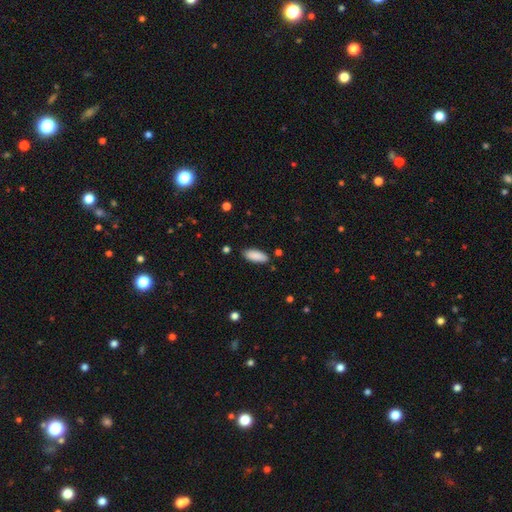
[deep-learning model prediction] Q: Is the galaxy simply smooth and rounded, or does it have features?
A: smooth — 89%.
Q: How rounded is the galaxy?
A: in between — 77%.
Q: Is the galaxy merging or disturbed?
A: none — 85%.